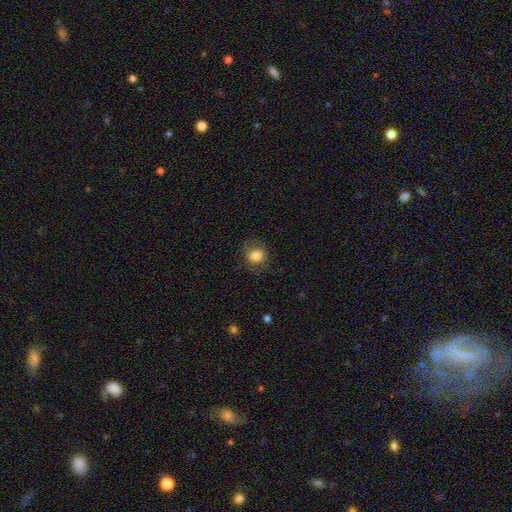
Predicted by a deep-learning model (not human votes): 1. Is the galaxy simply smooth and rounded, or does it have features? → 80% smooth, 11% featured or disk, 9% star or artifact.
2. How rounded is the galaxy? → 75% round, 24% in between, 1% cigar-shaped.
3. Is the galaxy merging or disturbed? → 76% none, 16% minor disturbance, 7% major disturbance, 1% merger.